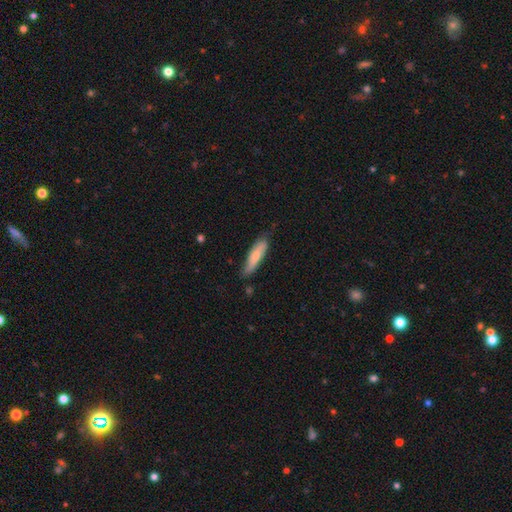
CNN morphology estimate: Smooth or featured: smooth — 70% (featured or disk — 24%)
How rounded: cigar-shaped — 68% (in between — 30%)
Merging: none — 66% (minor disturbance — 27%)